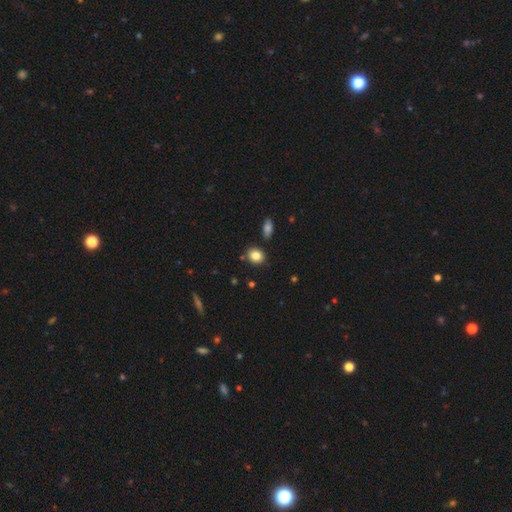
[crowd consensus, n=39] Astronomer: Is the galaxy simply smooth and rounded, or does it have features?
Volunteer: smooth — 92%.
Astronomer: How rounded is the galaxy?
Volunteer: round — 78%.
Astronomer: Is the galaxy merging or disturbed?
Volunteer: none — 84%.